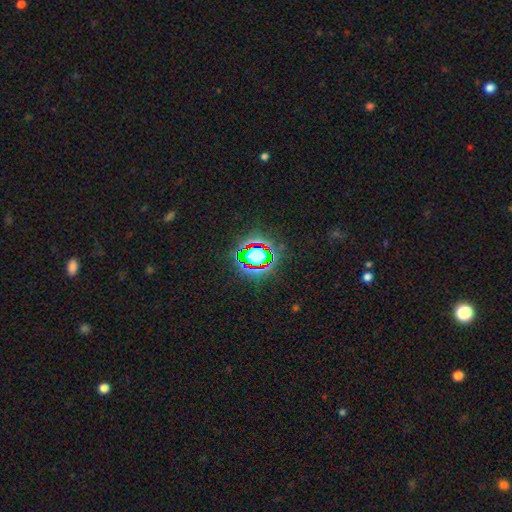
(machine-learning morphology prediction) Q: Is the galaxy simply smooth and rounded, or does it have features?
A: star or artifact — 67%.